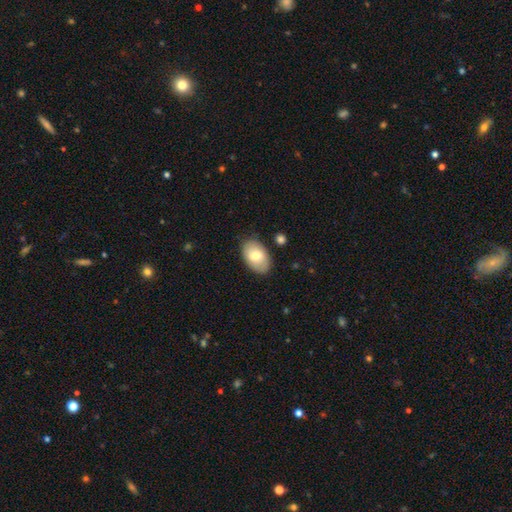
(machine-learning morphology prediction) Smooth or featured? Predicted: smooth (p=0.73). How rounded? Predicted: in between (p=0.92). Merging? Predicted: none (p=0.81).